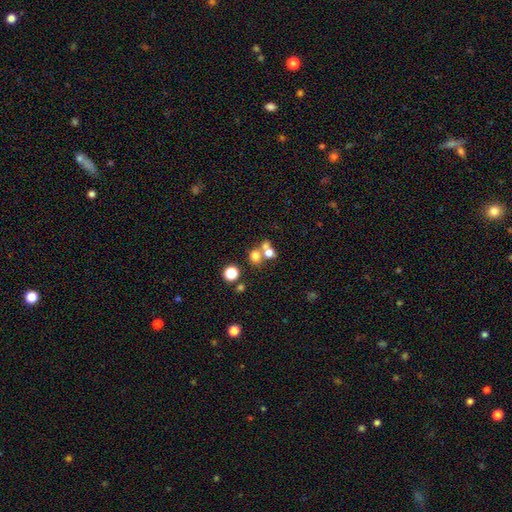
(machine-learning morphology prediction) Q: Smooth or featured?
A: smooth (69%); runner-up: star or artifact (18%)
Q: How rounded?
A: round (76%); runner-up: in between (22%)
Q: Merging?
A: merger (46%); runner-up: none (43%)